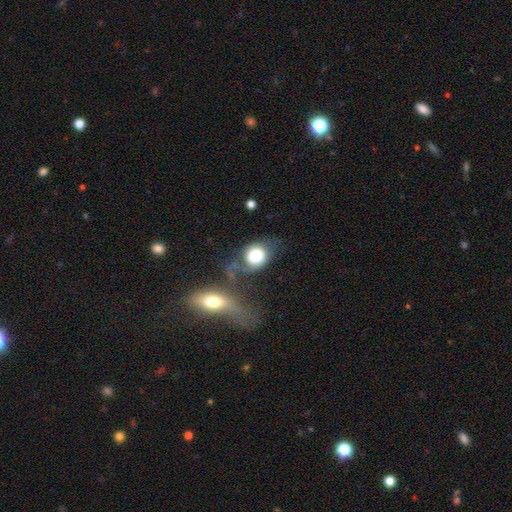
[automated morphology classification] A smooth galaxy with no disk features (73%) that is round (65%).

Vote fractions:
- Smooth or featured? smooth: 73% / featured or disk: 18% / star or artifact: 9%
- How rounded? round: 65% / in between: 33% / cigar-shaped: 2%
- Merging? none: 33% / merger: 24% / major disturbance: 22% / minor disturbance: 20%